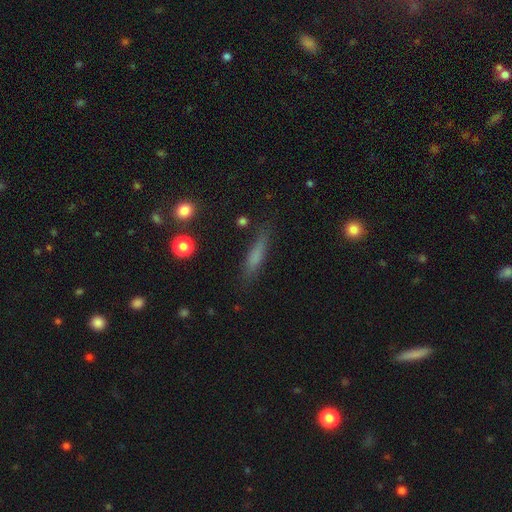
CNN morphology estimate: This appears to be a smooth galaxy with no disk features (69%) that is cigar-shaped (81%). Merging: none (75%).